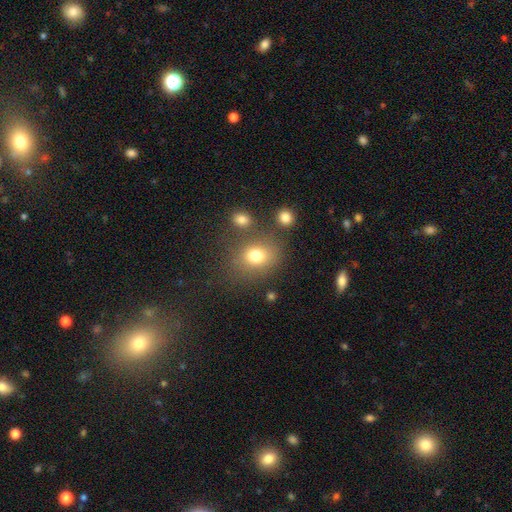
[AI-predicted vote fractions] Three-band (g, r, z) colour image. It shows a smooth galaxy with no disk features (76%) that is round (61%). Merging: none (68%).